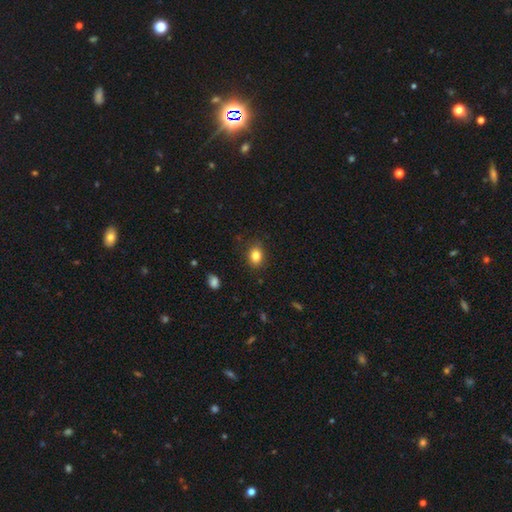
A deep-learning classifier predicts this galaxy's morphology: A smooth galaxy with no disk features (84%) that is in between round and cigar-shaped (63%).

Vote fractions:
- Smooth or featured? smooth: 84% / star or artifact: 10% / featured or disk: 6%
- How rounded? in between: 63% / round: 36% / cigar-shaped: 1%
- Merging? none: 85% / minor disturbance: 11% / major disturbance: 3% / merger: 1%